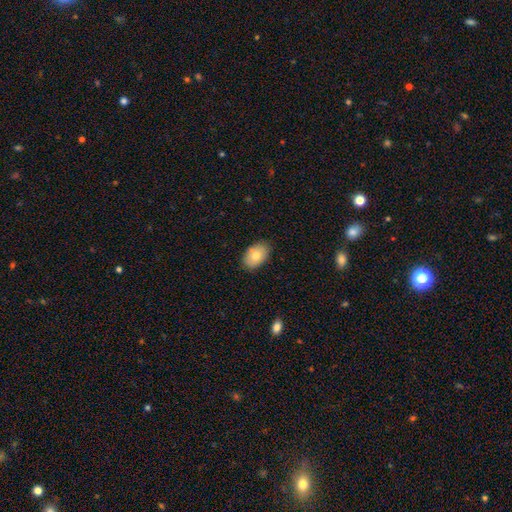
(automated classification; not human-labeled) This appears to be a smooth galaxy with no disk features (80%) that is in between round and cigar-shaped (89%). Merging: none (84%).